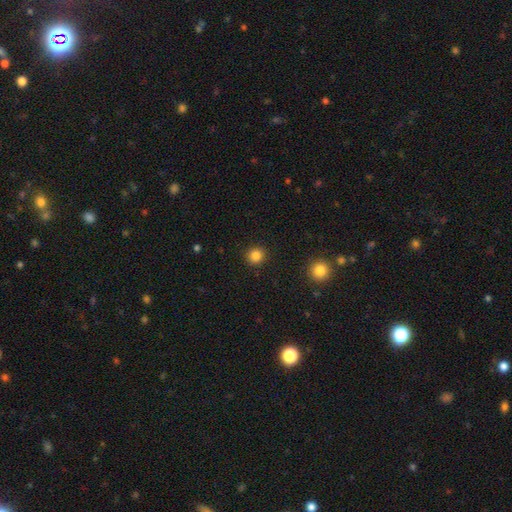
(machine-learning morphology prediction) A smooth galaxy with no disk features (84%) that is round (91%). Merging: none (92%).